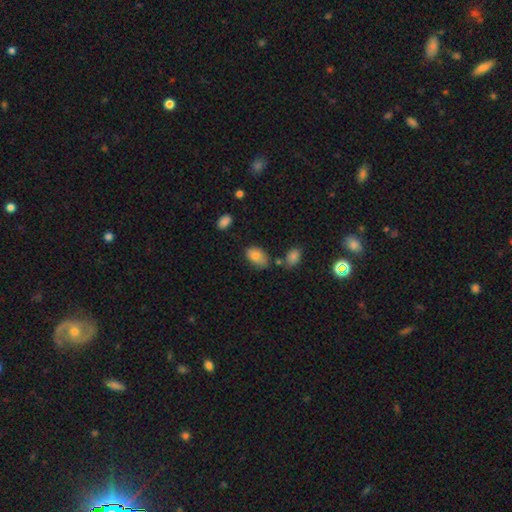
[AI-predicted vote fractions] This appears to be a smooth galaxy with no disk features (79%) that is in between round and cigar-shaped (90%). Merging: none (56%).